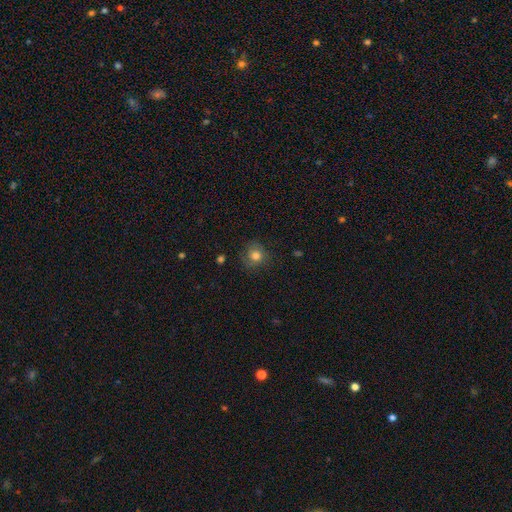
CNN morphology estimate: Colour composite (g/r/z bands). It shows a smooth galaxy with no disk features (72%) that is round (84%). Merging: none (72%).